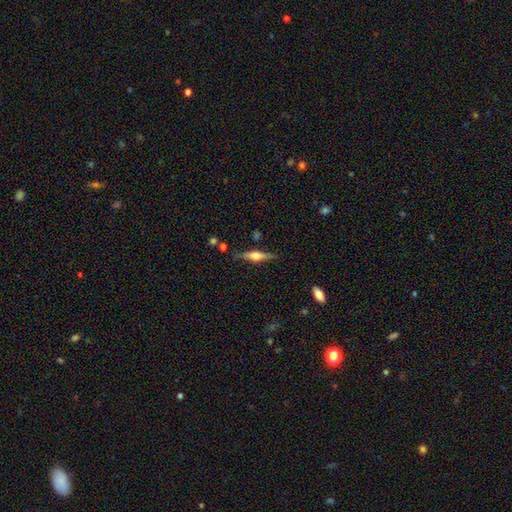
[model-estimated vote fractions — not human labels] smooth-or-featured: featured or disk: 68% | smooth: 25% | star or artifact: 6%
  disk-edge-on: yes: 96% | no: 4%
    edge-on-bulge: rounded: 91% | boxy: 7% | none: 2%
  merging: none: 84% | minor disturbance: 11% | major disturbance: 3% | merger: 3%